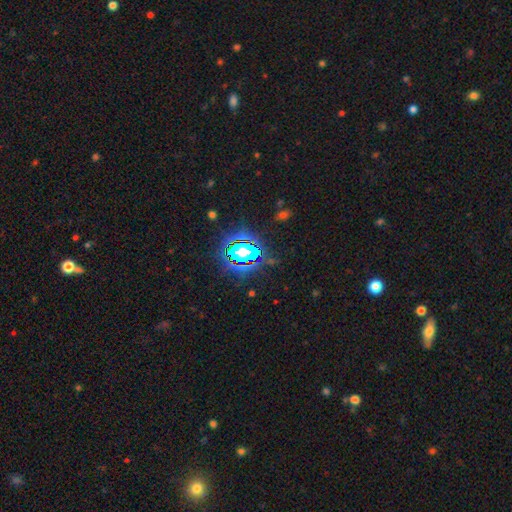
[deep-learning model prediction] smooth-or-featured: star or artifact: 82% | smooth: 11% | featured or disk: 7%